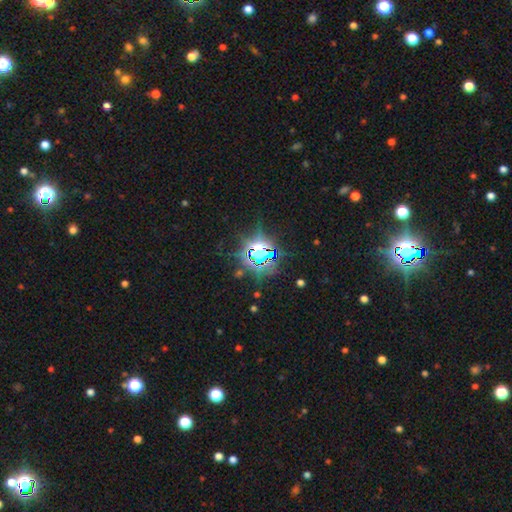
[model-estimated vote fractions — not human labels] Q: Smooth or featured?
A: star or artifact (77%); runner-up: smooth (13%)